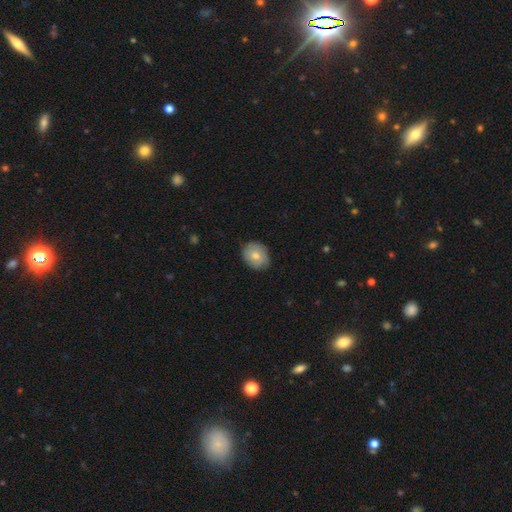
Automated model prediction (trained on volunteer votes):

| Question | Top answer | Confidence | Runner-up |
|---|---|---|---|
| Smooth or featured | smooth | 71% | featured or disk (22%) |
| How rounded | round | 59% | in between (40%) |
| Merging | none | 81% | minor disturbance (16%) |